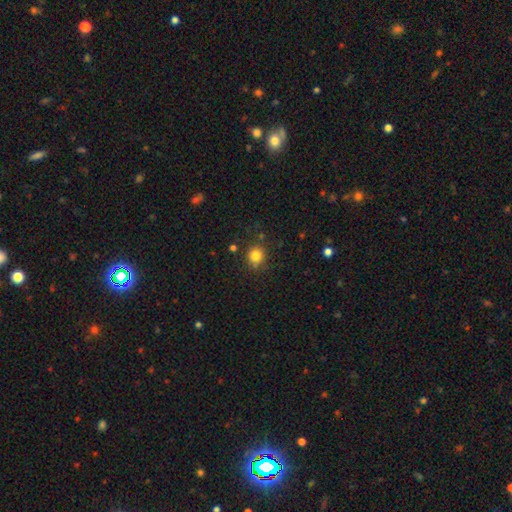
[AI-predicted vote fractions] smooth 82%, star or artifact 13%, featured or disk 6%. Down the decision tree: how rounded — round (89%); merging — none (81%).